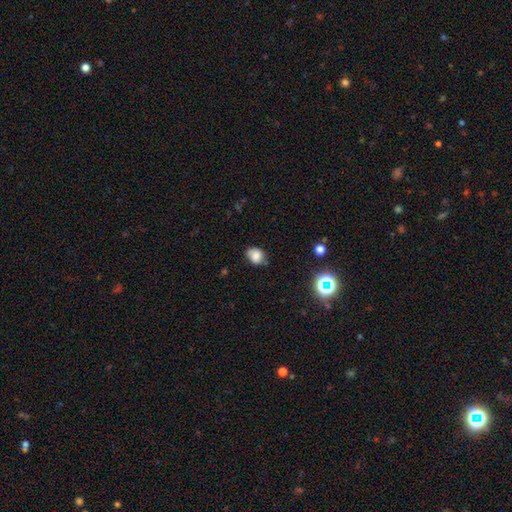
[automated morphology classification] Smooth or featured?
  - smooth: 74% *
  - featured or disk: 14%
  - star or artifact: 12%
How rounded?
  - round: 51% *
  - in between: 48%
  - cigar-shaped: 1%
Merging?
  - none: 63% *
  - minor disturbance: 27%
  - major disturbance: 6%
  - merger: 4%